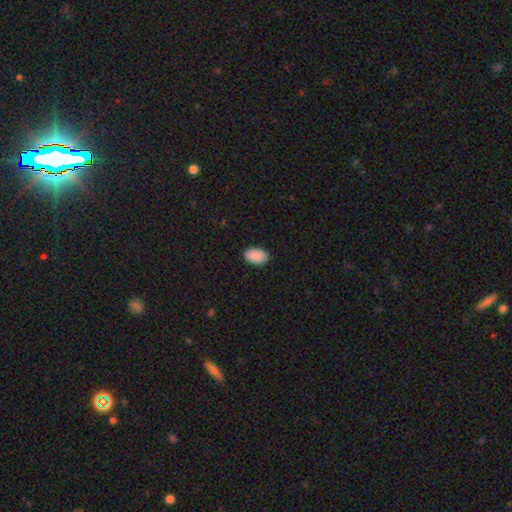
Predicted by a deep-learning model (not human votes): Smooth or featured?
  - smooth: 91% *
  - star or artifact: 7%
  - featured or disk: 2%
How rounded?
  - in between: 92% *
  - round: 7%
  - cigar-shaped: 1%
Merging?
  - none: 89% *
  - minor disturbance: 8%
  - major disturbance: 2%
  - merger: 1%